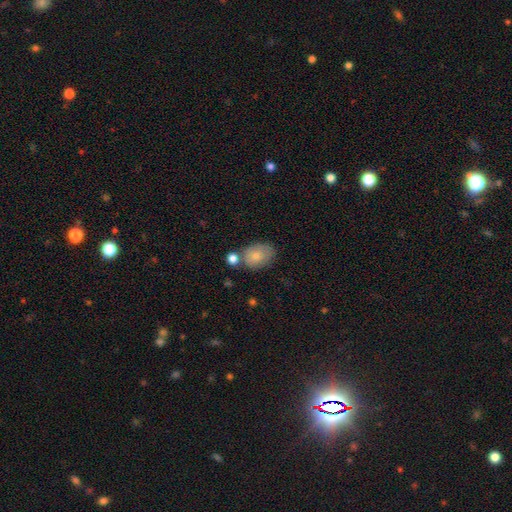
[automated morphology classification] This appears to be a smooth galaxy with no disk features (78%) that is in between round and cigar-shaped (73%). Merging: none (60%).